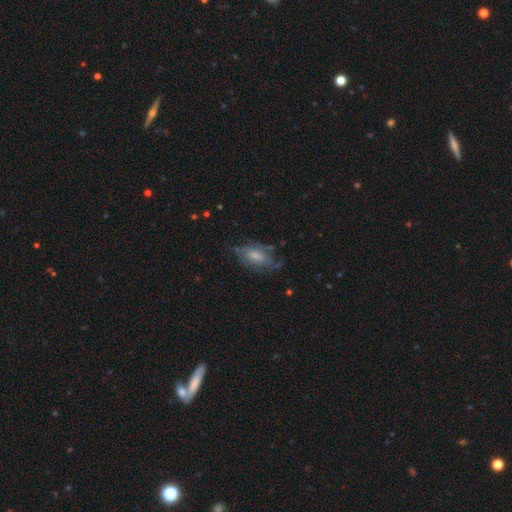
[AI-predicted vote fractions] Smooth or featured: smooth — 52% (featured or disk — 39%)
How rounded: in between — 86% (cigar-shaped — 9%)
Merging: none — 48% (minor disturbance — 30%)